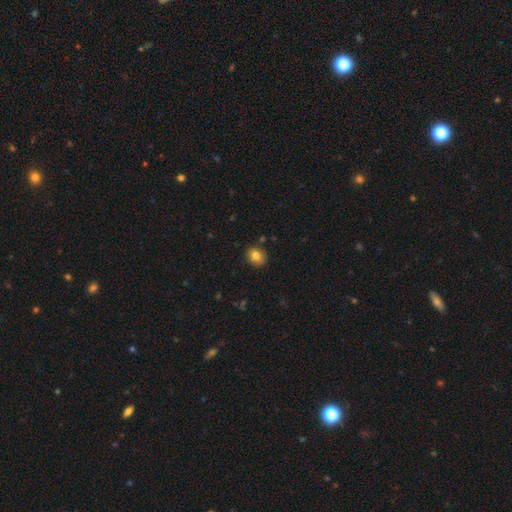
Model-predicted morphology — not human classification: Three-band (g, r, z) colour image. It shows a smooth galaxy with no disk features (82%) that is round (60%). Merging: none (87%).